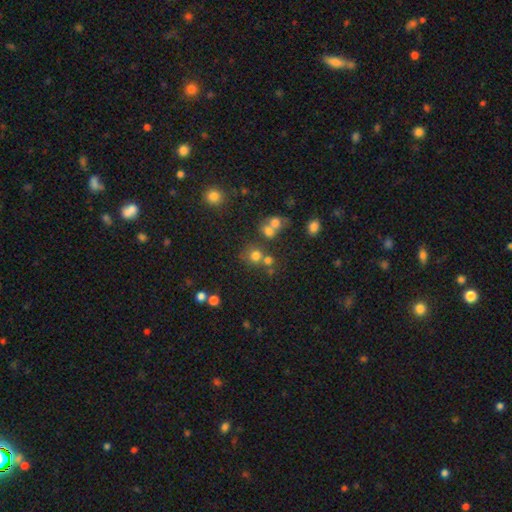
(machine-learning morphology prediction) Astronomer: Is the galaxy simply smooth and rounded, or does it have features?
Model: smooth — 71%.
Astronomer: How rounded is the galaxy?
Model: round — 84%.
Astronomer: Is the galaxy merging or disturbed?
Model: none — 57%.